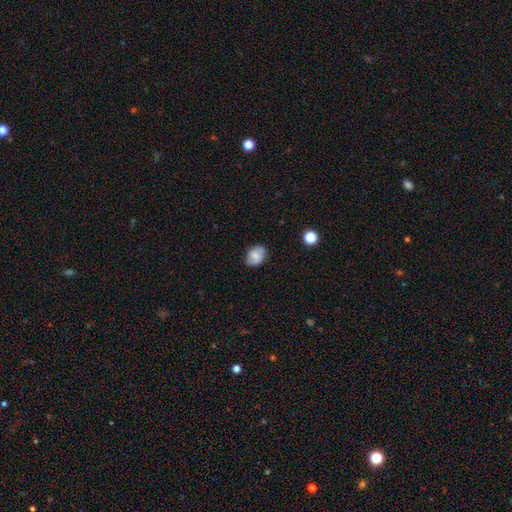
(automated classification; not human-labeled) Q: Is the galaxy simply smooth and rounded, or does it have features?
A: smooth — 62%.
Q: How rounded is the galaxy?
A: in between — 65%.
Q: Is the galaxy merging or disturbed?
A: none — 79%.